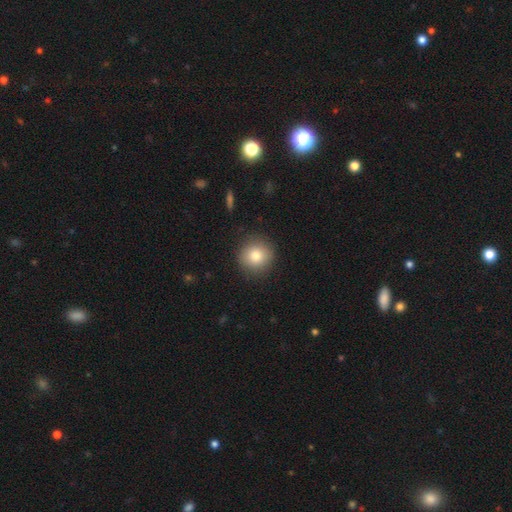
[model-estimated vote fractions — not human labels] Smooth or featured: smooth — 80% (featured or disk — 10%)
How rounded: round — 93% (in between — 6%)
Merging: none — 89% (minor disturbance — 7%)